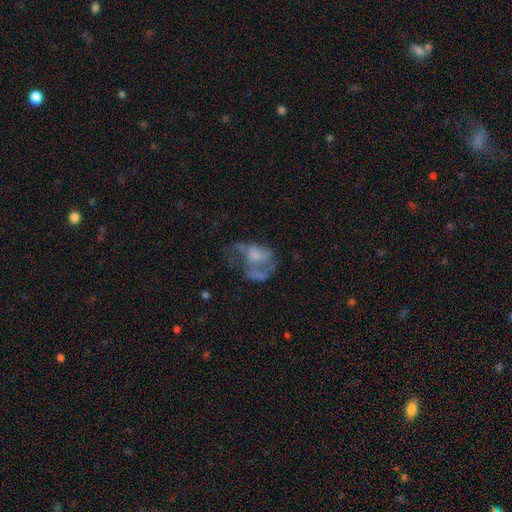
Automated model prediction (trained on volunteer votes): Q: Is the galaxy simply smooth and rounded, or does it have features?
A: featured or disk — 54%.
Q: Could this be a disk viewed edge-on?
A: no — 97%.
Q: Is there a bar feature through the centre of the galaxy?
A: no — 81%.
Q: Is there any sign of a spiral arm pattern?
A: no — 73%.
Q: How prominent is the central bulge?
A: none — 49%.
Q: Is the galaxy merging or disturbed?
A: major disturbance — 48%.